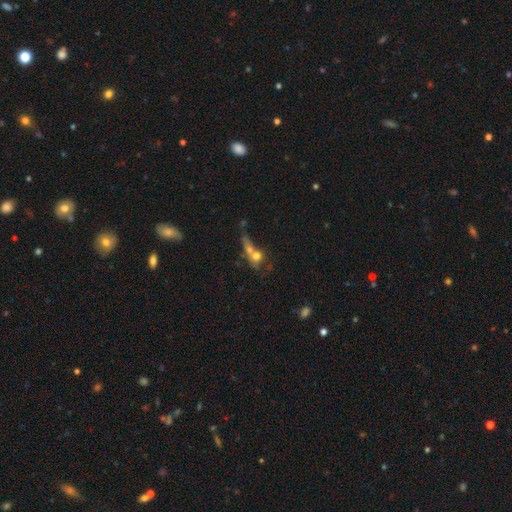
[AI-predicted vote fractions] This is possibly a smooth galaxy (52%). How rounded: possibly round (55%). Merging: possibly merger (49%).